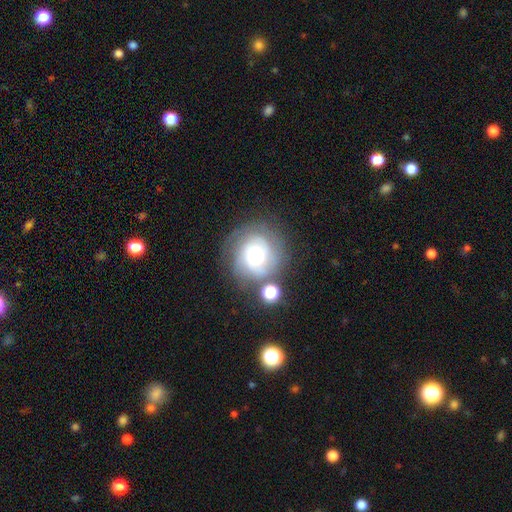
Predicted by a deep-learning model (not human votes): A featured or disk galaxy (62%) with no bar (76%), tight (60%) spiral arms (84%) and a moderate central bulge (67%). Merging: none (65%).